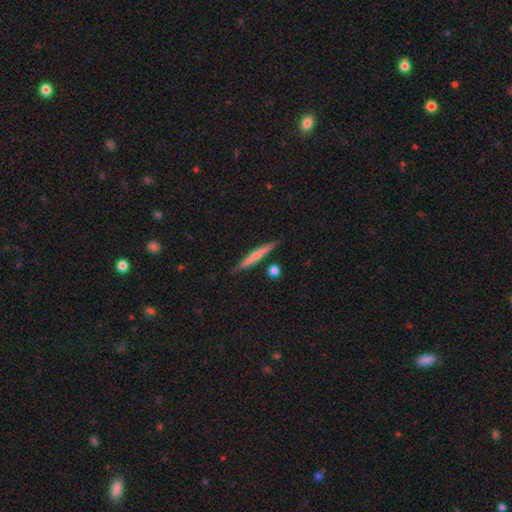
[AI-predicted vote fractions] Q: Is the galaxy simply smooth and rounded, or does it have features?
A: smooth — 57%.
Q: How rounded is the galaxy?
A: cigar-shaped — 95%.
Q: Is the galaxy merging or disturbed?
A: none — 85%.